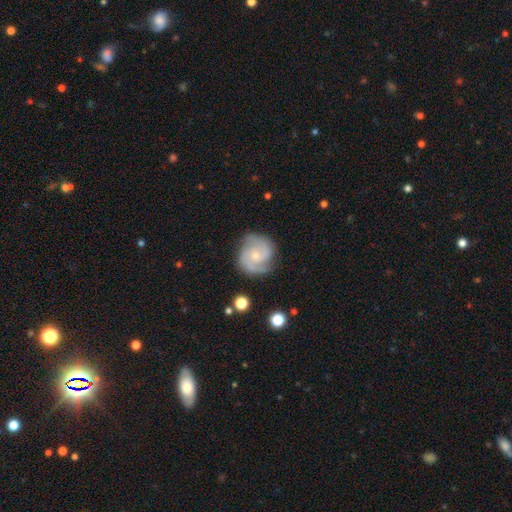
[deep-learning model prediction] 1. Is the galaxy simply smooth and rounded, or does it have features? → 82% featured or disk, 12% smooth, 6% star or artifact.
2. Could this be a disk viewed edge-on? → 98% no, 2% yes.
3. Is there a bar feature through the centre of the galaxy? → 68% no, 28% weak, 4% strong.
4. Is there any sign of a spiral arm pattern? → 96% yes, 4% no.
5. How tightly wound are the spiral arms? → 46% medium, 43% tight, 11% loose.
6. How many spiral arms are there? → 60% 2, 22% 3, 9% can't tell, 3% 1, 3% 4, 2% more than 4.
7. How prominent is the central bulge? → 61% small, 35% moderate, 2% none, 1% large, 1% dominant.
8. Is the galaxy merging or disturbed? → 77% none, 17% minor disturbance, 5% major disturbance, 2% merger.